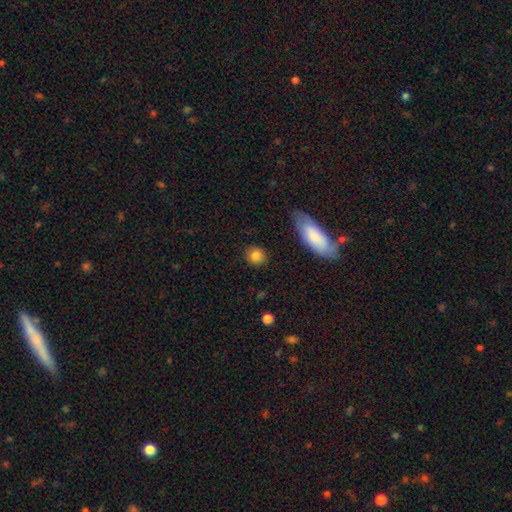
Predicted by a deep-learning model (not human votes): A smooth galaxy with no disk features (84%) that is round (83%). Merging: none (86%).